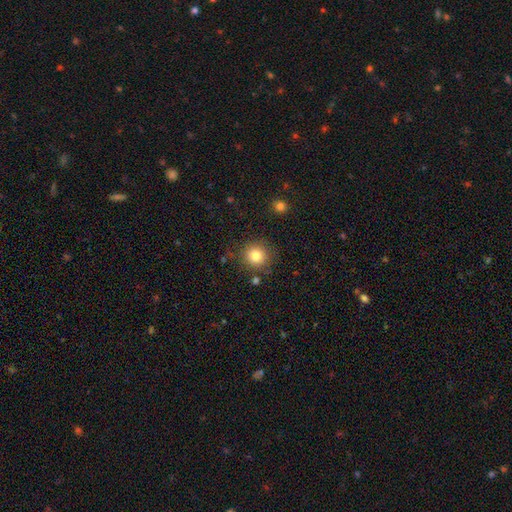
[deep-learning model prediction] A smooth galaxy with no disk features (81%) that is round (93%).

Vote fractions:
- Smooth or featured? smooth: 81% / star or artifact: 12% / featured or disk: 7%
- How rounded? round: 93% / in between: 7% / cigar-shaped: 1%
- Merging? none: 85% / minor disturbance: 9% / major disturbance: 3% / merger: 3%